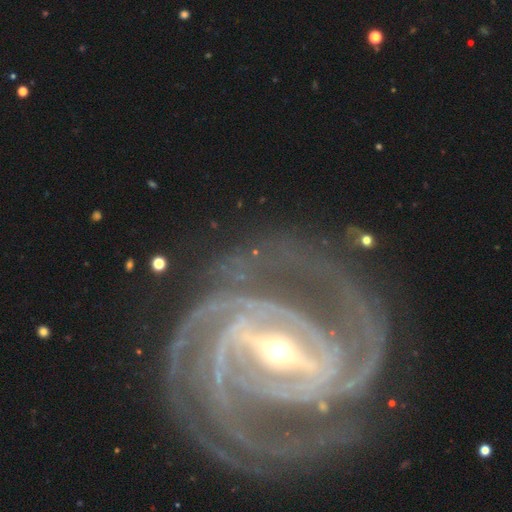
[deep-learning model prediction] A featured or disk galaxy (93%) with a strong bar (80%), 2 (23%, tied with 3 and 4) tight (71%) spiral arms (98%) and a small central bulge (63%).

Vote fractions:
- Smooth or featured? featured or disk: 93% / star or artifact: 4% / smooth: 2%
- Edge-on disk? no: 97% / yes: 3%
- Bar? strong: 80% / weak: 15% / no: 5%
- Spiral arms? yes: 98% / no: 2%
- Spiral winding? tight: 71% / medium: 25% / loose: 4%
- Spiral arm count? 2: 23% (tied) / 3: 23% (tied) / 4: 23% (tied) / can't tell: 13% / more than 4: 10% / 1: 8%
- Bulge size? small: 63% / moderate: 33% / large: 2% / none: 1% / dominant: 1%
- Merging? none: 78% / minor disturbance: 13% / major disturbance: 8% / merger: 2%